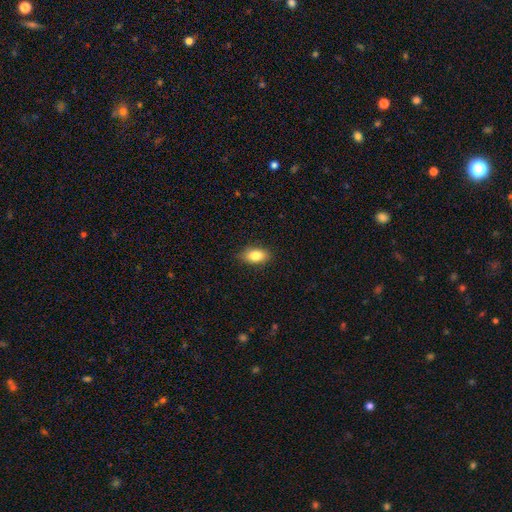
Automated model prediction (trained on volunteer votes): This appears to be a smooth galaxy with no disk features (84%) that is in between round and cigar-shaped (89%). Merging: none (87%).